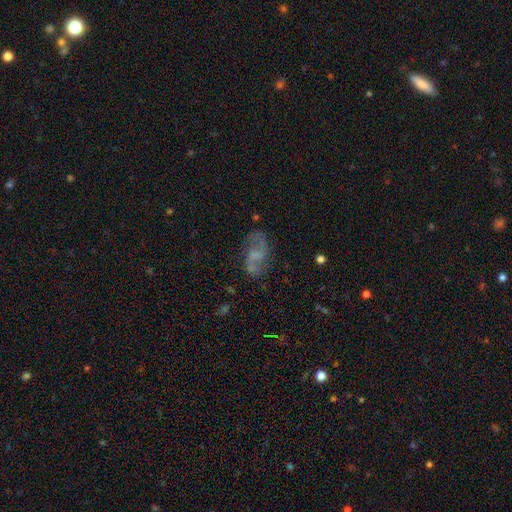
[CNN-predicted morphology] Overall: featured or disk (74%). Edge-on disk: no (97%). Bar: weak (45%; no 43%). Spiral arms: yes (91%). Spiral arm count: 2 (89%). Spiral winding: loose (62%; medium 31%). Bulge size: none (55%; small 25%). Merging: none (69%).